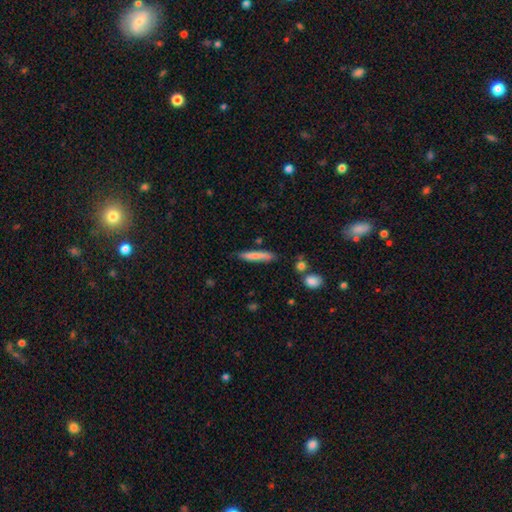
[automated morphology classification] smooth_or_featured: smooth (p=0.77) [alt: featured or disk p=0.17]
how_rounded: cigar-shaped (p=0.92) [alt: in between p=0.07]
merging: none (p=0.80) [alt: minor disturbance p=0.14]